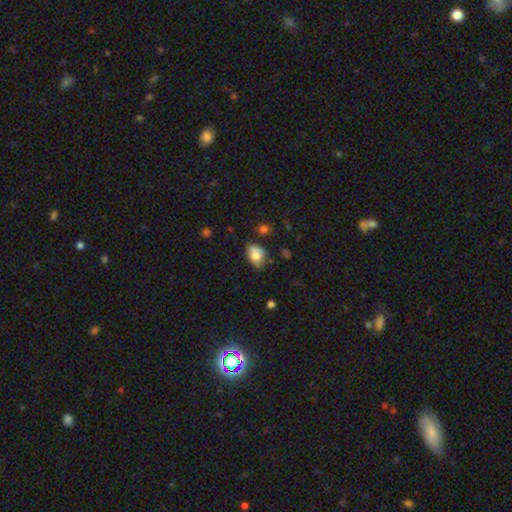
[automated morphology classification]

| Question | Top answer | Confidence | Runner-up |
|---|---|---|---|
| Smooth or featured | smooth | 73% | featured or disk (18%) |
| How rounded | in between | 75% | round (24%) |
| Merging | none | 49% | minor disturbance (35%) |